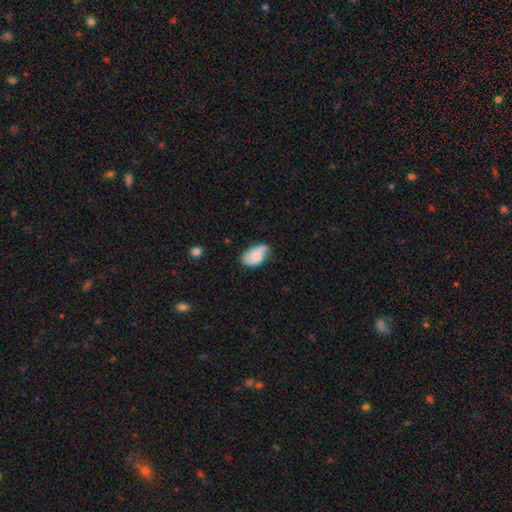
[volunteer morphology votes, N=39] Smooth or featured? smooth (59%)
How rounded? in between (96%)
Merging? none (51%)